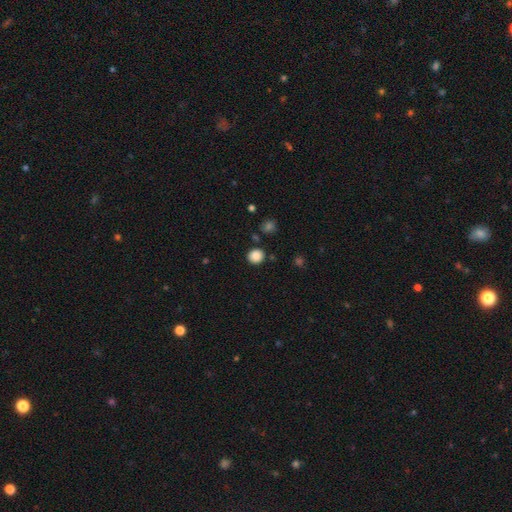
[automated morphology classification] Smooth or featured?
  - smooth: 87% *
  - star or artifact: 10%
  - featured or disk: 3%
How rounded?
  - round: 87% *
  - in between: 12%
  - cigar-shaped: 1%
Merging?
  - none: 87% *
  - minor disturbance: 7%
  - merger: 3%
  - major disturbance: 2%